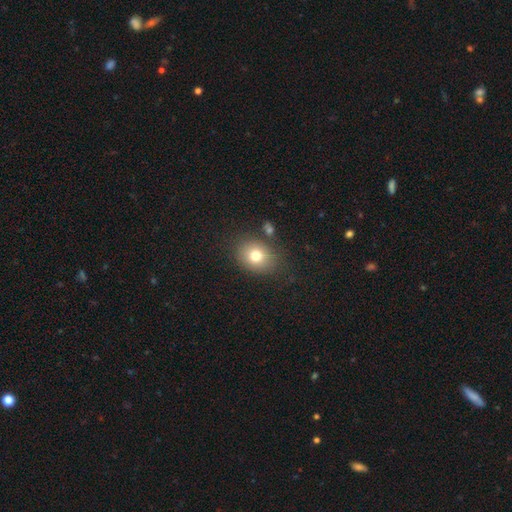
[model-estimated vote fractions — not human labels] Smooth or featured: smooth — 77% (featured or disk — 12%)
How rounded: round — 53% (in between — 46%)
Merging: none — 79% (minor disturbance — 12%)